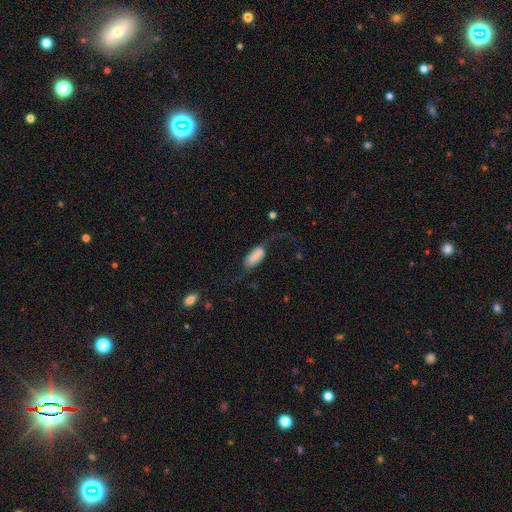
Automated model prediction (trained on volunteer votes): A smooth galaxy with no disk features (59%) that is in between round and cigar-shaped (85%).

Vote fractions:
- Smooth or featured? smooth: 59% / featured or disk: 32% / star or artifact: 9%
- How rounded? in between: 85% / cigar-shaped: 12% / round: 4%
- Merging? major disturbance: 39% / none: 36% / minor disturbance: 21% / merger: 4%